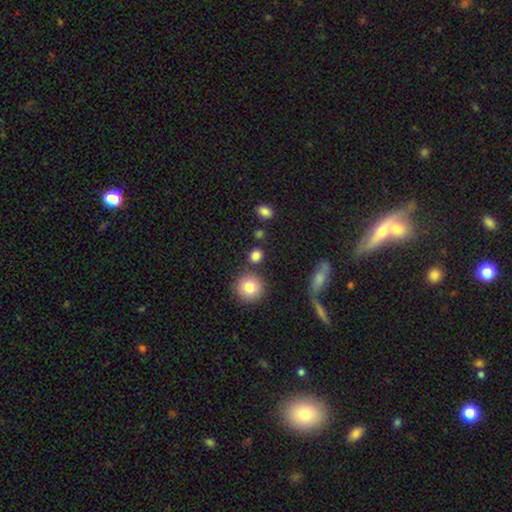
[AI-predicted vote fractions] This is clearly a smooth galaxy (83%). How rounded: likely round (78%). Merging: likely none (79%).